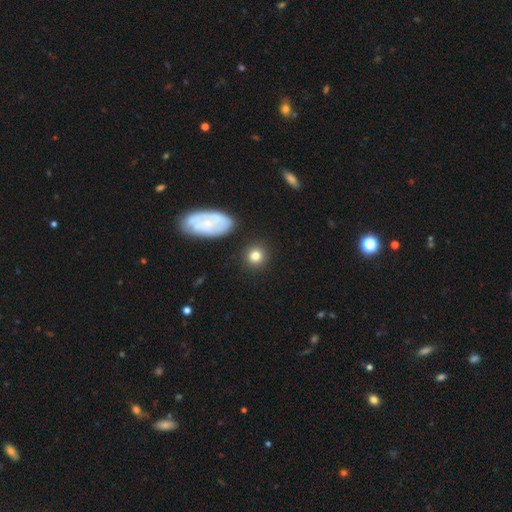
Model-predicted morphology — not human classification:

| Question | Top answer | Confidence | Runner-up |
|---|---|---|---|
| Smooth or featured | smooth | 79% | featured or disk (12%) |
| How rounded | round | 90% | in between (9%) |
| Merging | none | 87% | minor disturbance (7%) |